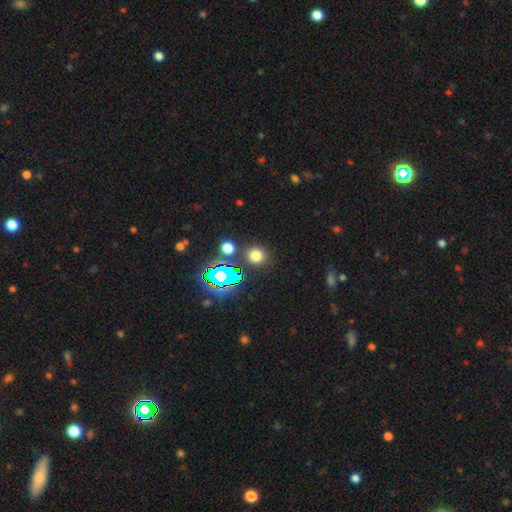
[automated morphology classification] Overall: smooth (69%). How rounded: round (86%). Merging: none (84%).